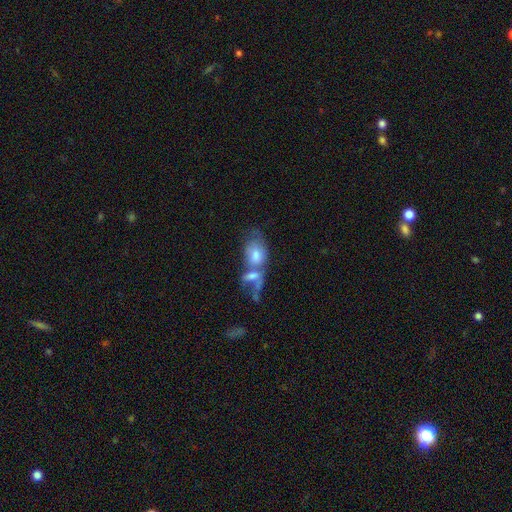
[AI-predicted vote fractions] Q: Smooth or featured?
A: smooth (53%); runner-up: featured or disk (37%)
Q: How rounded?
A: in between (83%); runner-up: round (13%)
Q: Merging?
A: merger (68%); runner-up: none (14%)